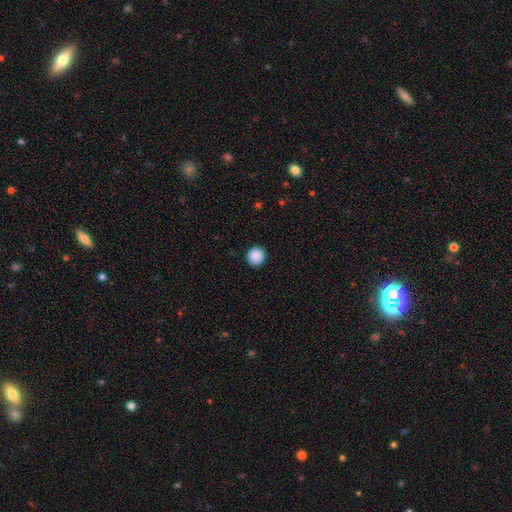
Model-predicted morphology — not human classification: This is clearly a smooth galaxy (89%). How rounded: clearly round (94%). Merging: clearly none (92%).